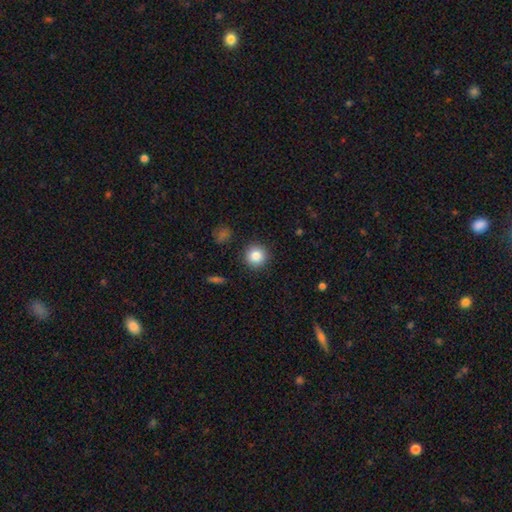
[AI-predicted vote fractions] A smooth galaxy with no disk features (85%) that is round (94%). Merging: none (90%).